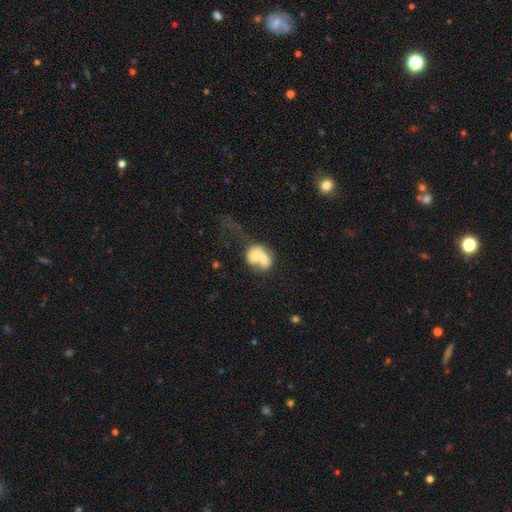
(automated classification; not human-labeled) The model was most divided on "how rounded": in between: 50%, round: 49%, cigar-shaped: 1%. More confident: merging — merger (74%); smooth or featured — smooth (58%).